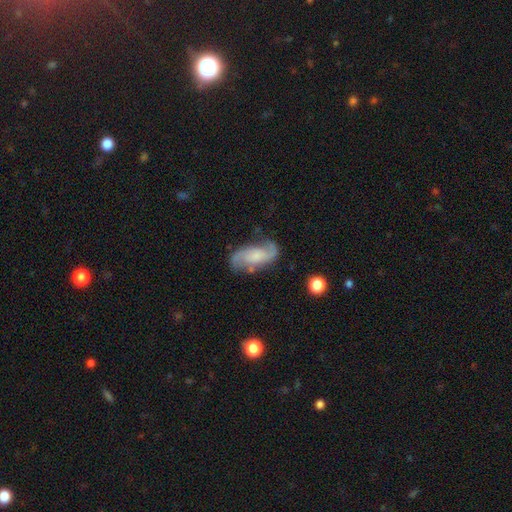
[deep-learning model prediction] Overall: featured or disk (80%). Edge-on disk: no (96%). Bar: no (53%; weak 36%). Spiral arms: yes (96%). Spiral arm count: 2 (90%). Spiral winding: loose (42%, tied with medium). Bulge size: small (39%; none 26%). Merging: none (72%).